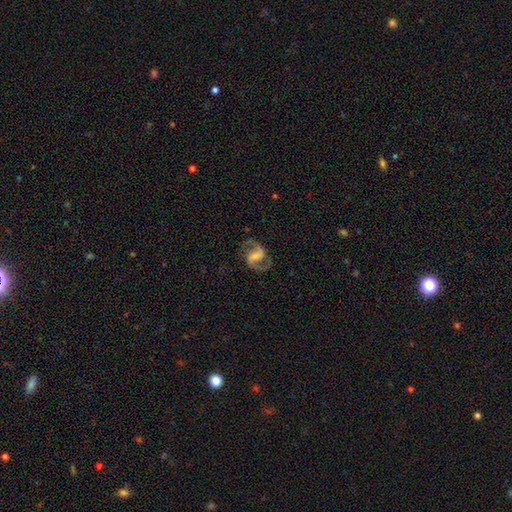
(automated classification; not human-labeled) Q: Smooth or featured?
A: featured or disk (90%); runner-up: star or artifact (5%)
Q: Edge-on disk?
A: no (98%); runner-up: yes (2%)
Q: Bar?
A: weak (45%); runner-up: strong (36%)
Q: Spiral arms?
A: yes (98%); runner-up: no (2%)
Q: Spiral winding?
A: medium (61%); runner-up: loose (27%)
Q: Spiral arm count?
A: 2 (94%); runner-up: can't tell (2%)
Q: Bulge size?
A: none (43%); runner-up: small (25%)
Q: Merging?
A: none (80%); runner-up: minor disturbance (12%)